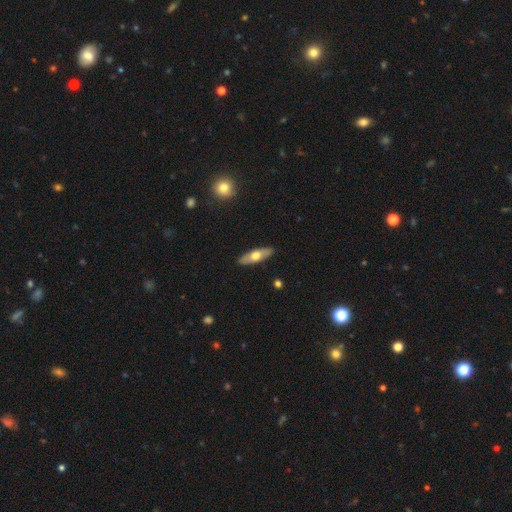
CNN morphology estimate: smooth-or-featured: smooth: 53% | featured or disk: 42% | star or artifact: 5%
  how-rounded: in between: 49% | cigar-shaped: 48% | round: 3%
  merging: none: 90% | minor disturbance: 7% | major disturbance: 2% | merger: 1%